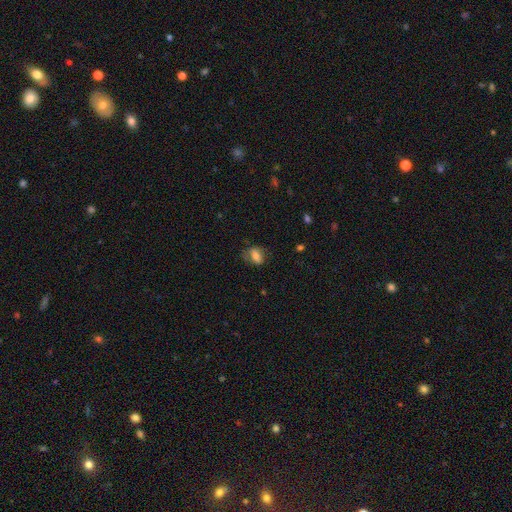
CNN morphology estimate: Overall: smooth (72%). How rounded: in between (79%). Merging: none (65%).